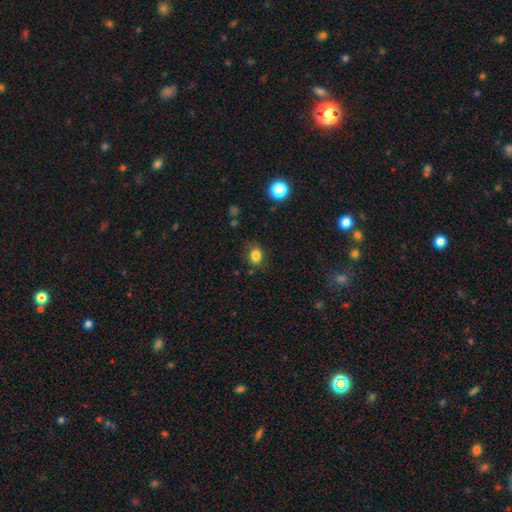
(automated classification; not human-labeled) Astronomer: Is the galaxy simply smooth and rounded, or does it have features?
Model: smooth — 83%.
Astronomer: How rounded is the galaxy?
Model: in between — 56% (runner-up: round, 43%).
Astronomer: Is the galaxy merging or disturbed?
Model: none — 78%.